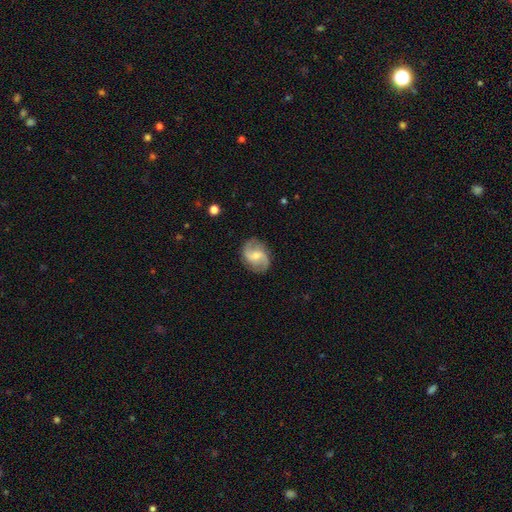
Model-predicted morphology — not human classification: A featured or disk galaxy (83%) with a weak bar (48%), 2 (91%) loose (47%) spiral arms (96%) and a small central bulge (51%).

Vote fractions:
- Smooth or featured? featured or disk: 83% / smooth: 12% / star or artifact: 6%
- Edge-on disk? no: 98% / yes: 2%
- Bar? weak: 48% / no: 37% / strong: 15%
- Spiral arms? yes: 96% / no: 4%
- Spiral winding? loose: 47% / medium: 41% / tight: 13%
- Spiral arm count? 2: 91% / can't tell: 3% / 3: 2% / 1: 2% / 4: 1% / more than 4: 1%
- Bulge size? small: 51% / moderate: 42% / none: 3% / large: 2% / dominant: 1%
- Merging? none: 83% / minor disturbance: 12% / major disturbance: 4% / merger: 1%